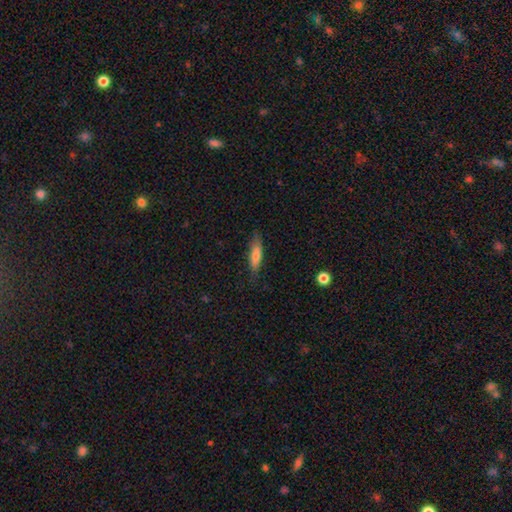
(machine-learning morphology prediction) This is likely a smooth galaxy (73%). How rounded: likely cigar-shaped (71%). Merging: clearly none (80%).